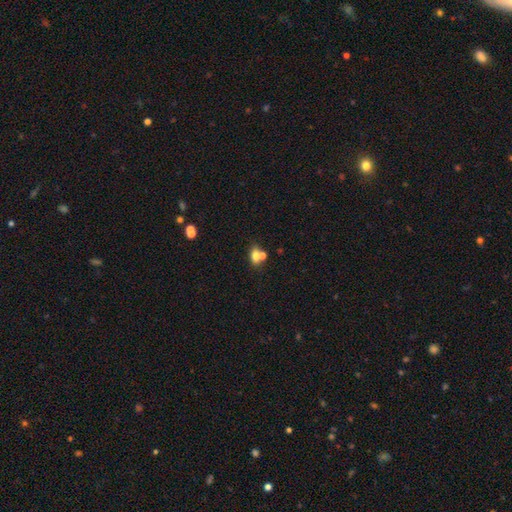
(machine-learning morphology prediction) smooth_or_featured: smooth (p=0.71) [alt: featured or disk p=0.17]
how_rounded: in between (p=0.73) [alt: round p=0.23]
merging: merger (p=0.43) [alt: none p=0.41]